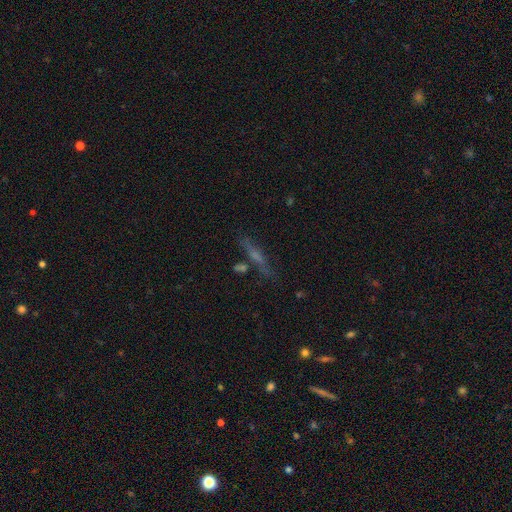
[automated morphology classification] Q: Smooth or featured?
A: featured or disk (46%); runner-up: smooth (39%)
Q: Merging?
A: none (73%); runner-up: minor disturbance (14%)